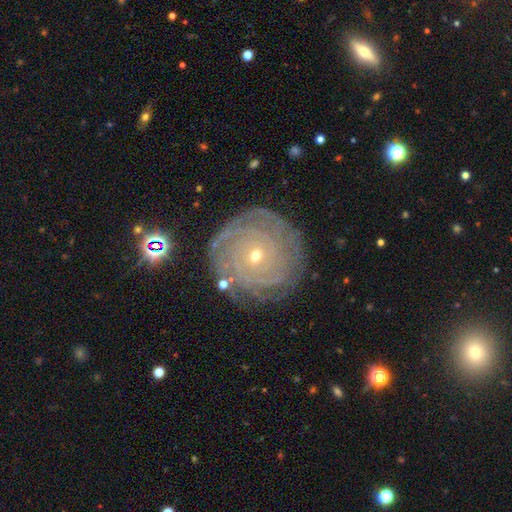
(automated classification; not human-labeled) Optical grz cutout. It shows a featured or disk galaxy (82%) with no bar (78%), tight (88%) spiral arms (94%) and a small central bulge (72%). Merging: none (81%).